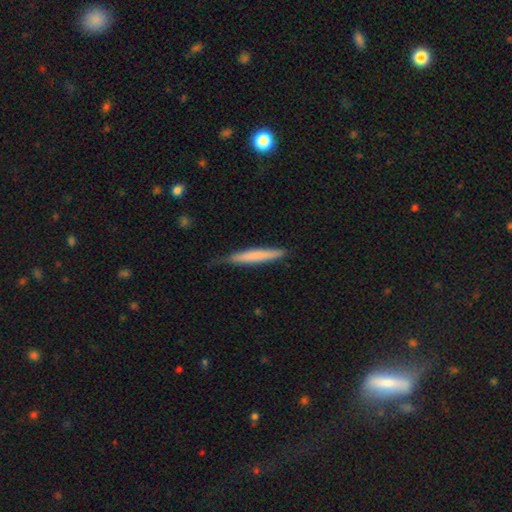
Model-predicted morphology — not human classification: smooth_or_featured: smooth (p=0.67) [alt: featured or disk p=0.27]
how_rounded: cigar-shaped (p=0.95) [alt: in between p=0.03]
merging: none (p=0.67) [alt: minor disturbance p=0.27]